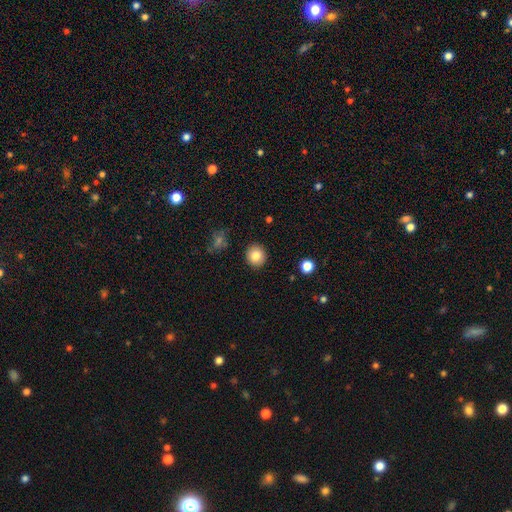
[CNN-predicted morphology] Smooth or featured?
  - smooth: 83% *
  - star or artifact: 9%
  - featured or disk: 8%
How rounded?
  - round: 88% *
  - in between: 11%
  - cigar-shaped: 1%
Merging?
  - none: 91% *
  - minor disturbance: 6%
  - major disturbance: 2%
  - merger: 1%